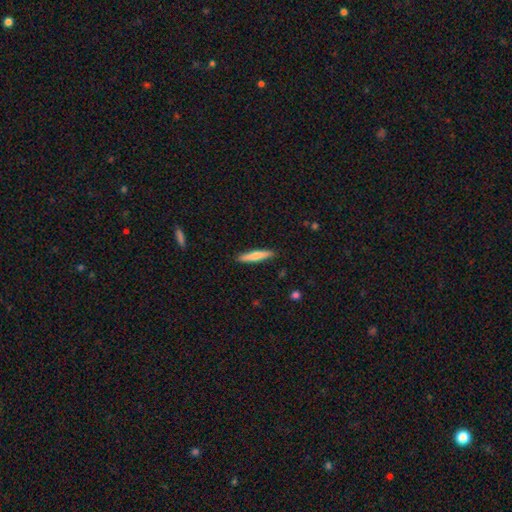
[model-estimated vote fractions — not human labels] This is likely a smooth galaxy (71%). How rounded: clearly cigar-shaped (90%). Merging: clearly none (90%).